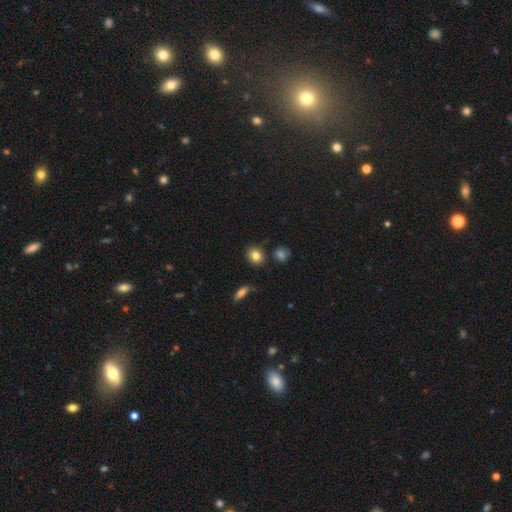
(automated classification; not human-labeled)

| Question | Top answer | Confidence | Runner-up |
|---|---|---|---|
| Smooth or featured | smooth | 84% | star or artifact (9%) |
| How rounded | round | 58% | in between (40%) |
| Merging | none | 83% | minor disturbance (11%) |